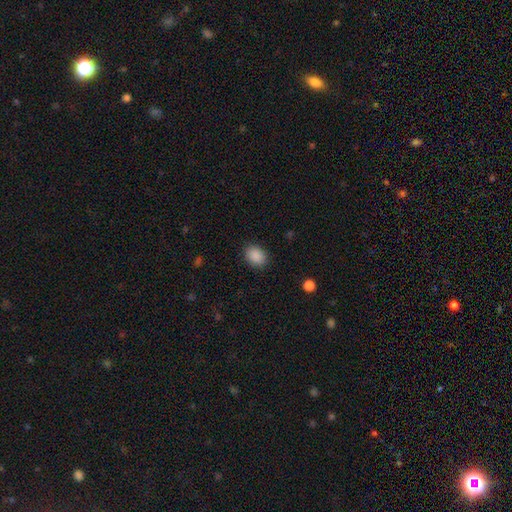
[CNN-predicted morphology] This is clearly a smooth galaxy (89%). How rounded: possibly in between (60%). Merging: clearly none (87%).